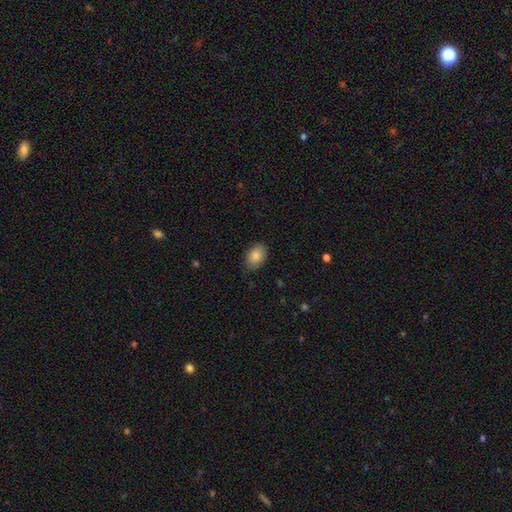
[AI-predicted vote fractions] Smooth or featured: smooth — 85% (featured or disk — 8%)
How rounded: in between — 84% (round — 15%)
Merging: none — 81% (minor disturbance — 15%)